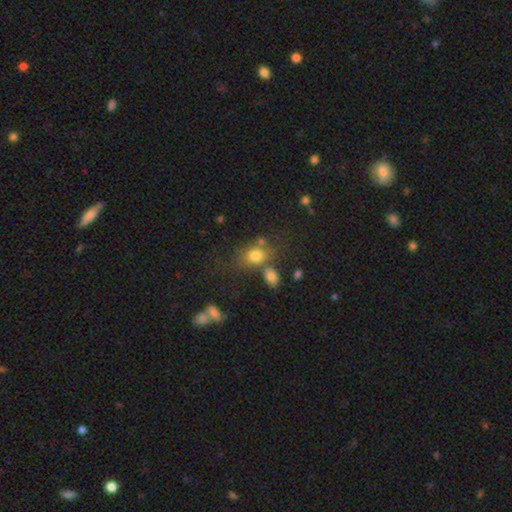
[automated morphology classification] A smooth galaxy with no disk features (76%) that is in between round and cigar-shaped (61%).

Vote fractions:
- Smooth or featured? smooth: 76% / star or artifact: 13% / featured or disk: 11%
- How rounded? in between: 61% / round: 37% / cigar-shaped: 2%
- Merging? none: 52% / merger: 25% / minor disturbance: 15% / major disturbance: 8%